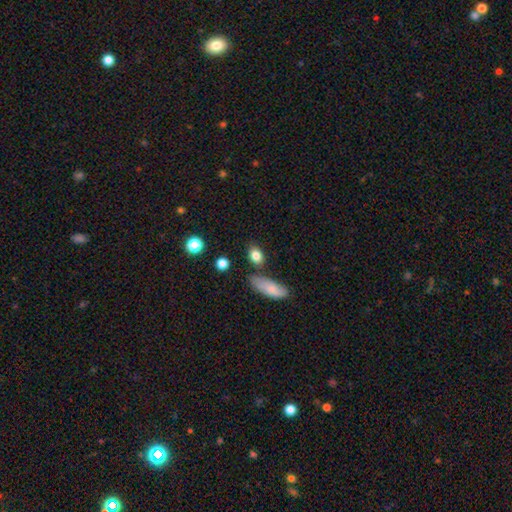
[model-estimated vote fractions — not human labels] Smooth or featured? smooth (83%)
How rounded? in between (67%)
Merging? none (75%)